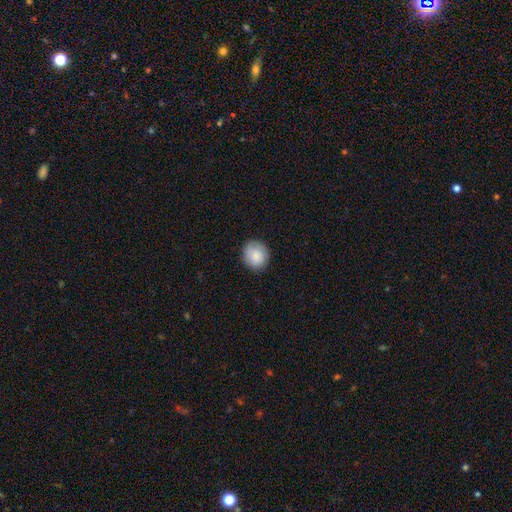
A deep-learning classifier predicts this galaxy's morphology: This appears to be a smooth galaxy with no disk features (86%) that is round (85%). Merging: none (86%).